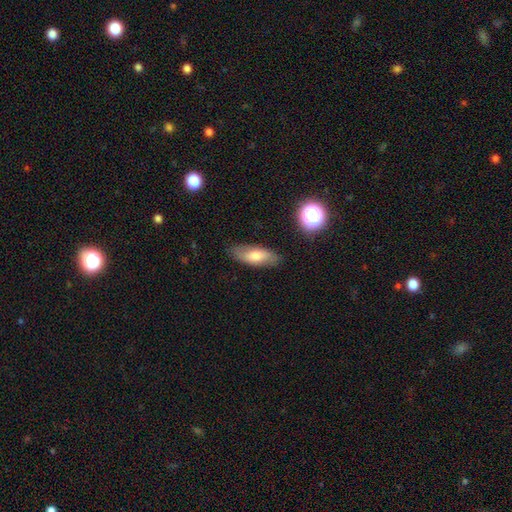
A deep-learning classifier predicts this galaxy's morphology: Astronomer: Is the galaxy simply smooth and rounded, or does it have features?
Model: smooth — 66%.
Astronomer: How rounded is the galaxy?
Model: in between — 74%.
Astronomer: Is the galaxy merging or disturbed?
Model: none — 78%.